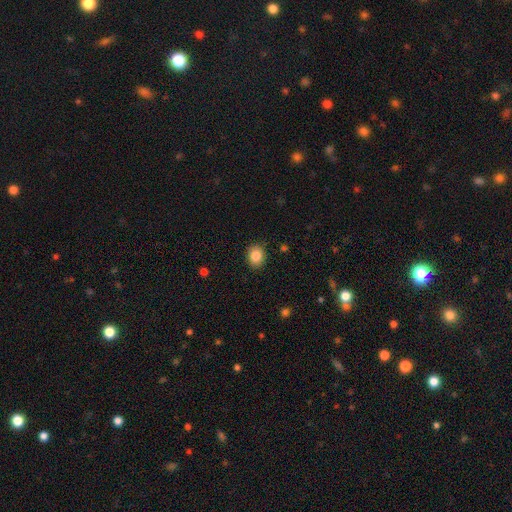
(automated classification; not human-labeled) A smooth galaxy with no disk features (86%) that is round (58%).

Vote fractions:
- Smooth or featured? smooth: 86% / star or artifact: 9% / featured or disk: 5%
- How rounded? round: 58% / in between: 41% / cigar-shaped: 1%
- Merging? none: 89% / minor disturbance: 8% / major disturbance: 2% / merger: 1%